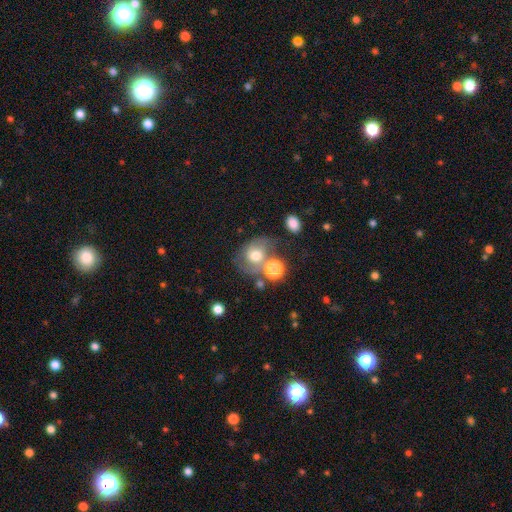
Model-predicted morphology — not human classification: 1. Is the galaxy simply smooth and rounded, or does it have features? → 46% smooth, 41% featured or disk, 13% star or artifact.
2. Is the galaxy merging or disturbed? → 48% none, 20% merger, 19% minor disturbance, 13% major disturbance.